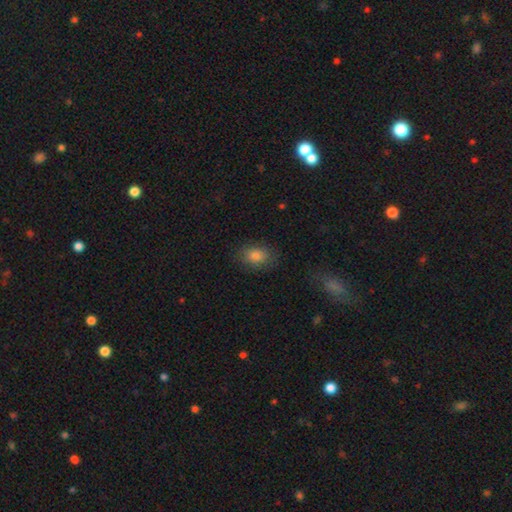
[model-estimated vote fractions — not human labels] Smooth or featured?
  - smooth: 81% *
  - star or artifact: 11%
  - featured or disk: 8%
How rounded?
  - in between: 72% *
  - round: 26%
  - cigar-shaped: 1%
Merging?
  - none: 82% *
  - minor disturbance: 13%
  - major disturbance: 4%
  - merger: 1%